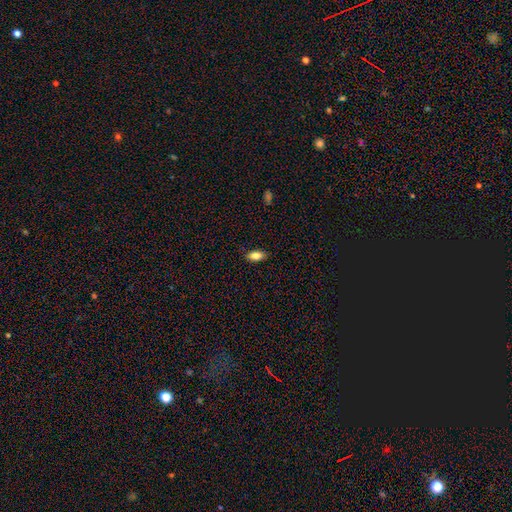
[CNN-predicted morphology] smooth-or-featured: smooth: 84% | featured or disk: 8% | star or artifact: 8%
  how-rounded: in between: 89% | cigar-shaped: 7% | round: 4%
  merging: none: 86% | minor disturbance: 10% | major disturbance: 2% | merger: 1%